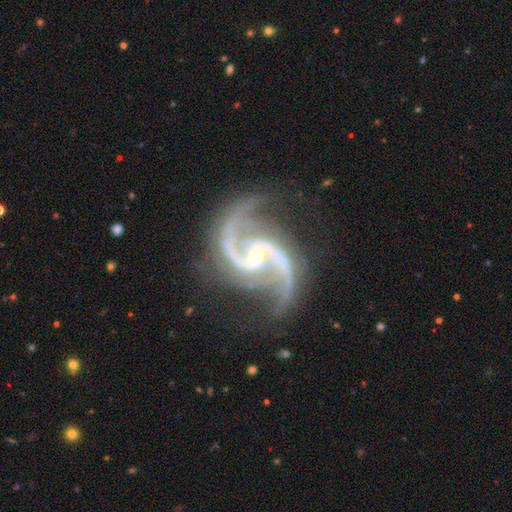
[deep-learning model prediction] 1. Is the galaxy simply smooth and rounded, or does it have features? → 94% featured or disk, 5% star or artifact, 2% smooth.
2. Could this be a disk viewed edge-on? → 98% no, 2% yes.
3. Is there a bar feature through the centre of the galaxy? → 46% no, 35% weak, 19% strong.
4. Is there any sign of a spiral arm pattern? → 99% yes, 1% no.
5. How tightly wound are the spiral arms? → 56% medium, 35% loose, 9% tight.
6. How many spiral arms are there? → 90% 2, 3% 3, 2% can't tell, 2% 1, 2% 4, 2% more than 4.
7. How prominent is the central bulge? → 81% small, 15% moderate, 2% none, 1% large, 1% dominant.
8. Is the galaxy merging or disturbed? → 74% none, 15% minor disturbance, 9% major disturbance, 2% merger.